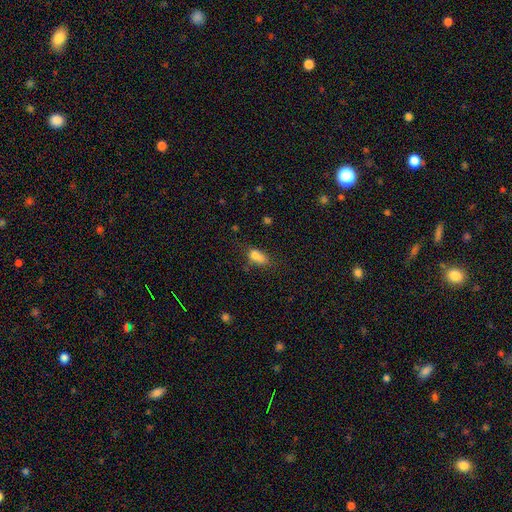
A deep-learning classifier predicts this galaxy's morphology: smooth 73%, featured or disk 14%, star or artifact 13%. Down the decision tree: how rounded — in between (71%); merging — merger (37%).